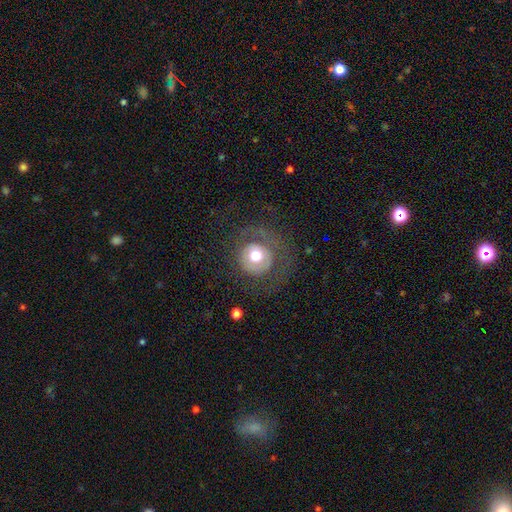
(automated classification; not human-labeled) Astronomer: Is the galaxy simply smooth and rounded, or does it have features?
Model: smooth — 54% (runner-up: featured or disk, 36%).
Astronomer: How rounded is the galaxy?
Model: round — 91%.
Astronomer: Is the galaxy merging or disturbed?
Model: none — 59%.